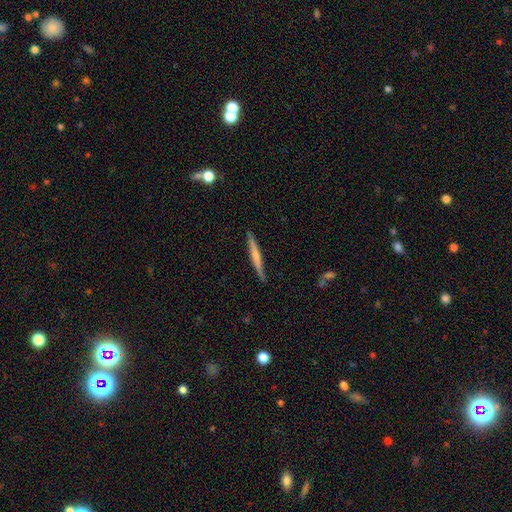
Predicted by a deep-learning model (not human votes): Smooth or featured: featured or disk — 49% (smooth — 46%)
Merging: none — 88% (minor disturbance — 9%)